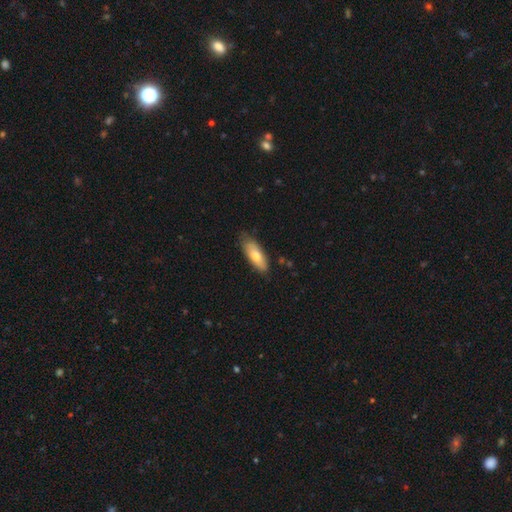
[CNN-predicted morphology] A smooth galaxy with no disk features (73%) that is in between round and cigar-shaped (68%).

Vote fractions:
- Smooth or featured? smooth: 73% / featured or disk: 21% / star or artifact: 6%
- How rounded? in between: 68% / cigar-shaped: 30% / round: 2%
- Merging? none: 75% / minor disturbance: 21% / major disturbance: 3% / merger: 1%